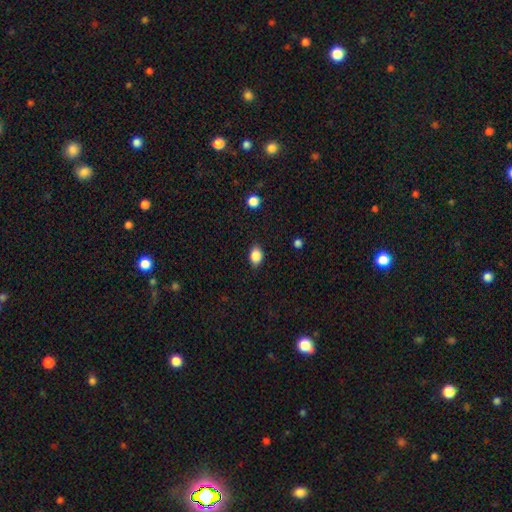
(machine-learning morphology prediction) A smooth galaxy with no disk features (87%) that is in between round and cigar-shaped (74%). Merging: none (83%).